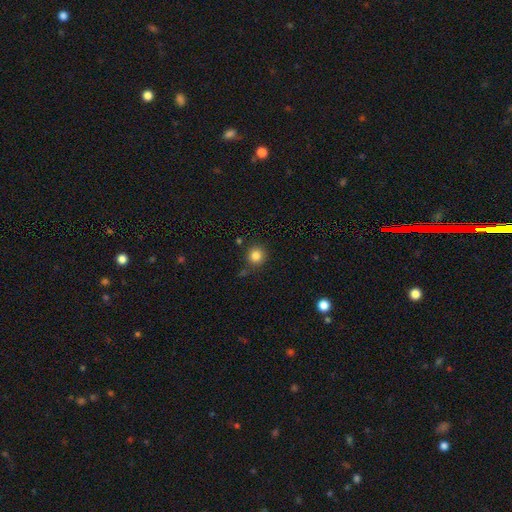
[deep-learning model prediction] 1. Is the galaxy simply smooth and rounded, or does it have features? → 84% smooth, 11% star or artifact, 5% featured or disk.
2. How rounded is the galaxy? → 93% round, 6% in between, 1% cigar-shaped.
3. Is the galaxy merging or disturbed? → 83% none, 10% minor disturbance, 4% merger, 3% major disturbance.